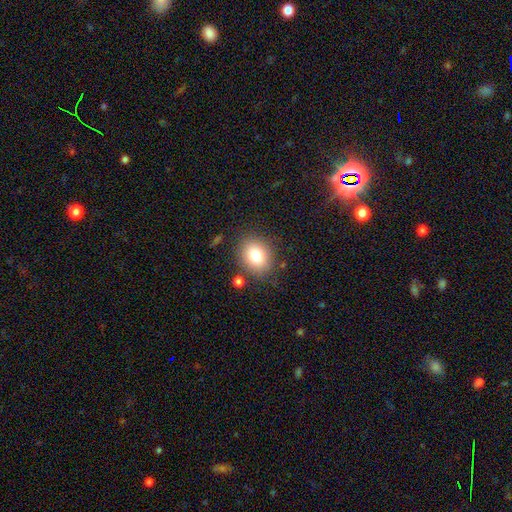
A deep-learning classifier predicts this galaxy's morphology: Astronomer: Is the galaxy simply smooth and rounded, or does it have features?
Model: smooth — 80%.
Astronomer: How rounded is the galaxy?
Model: round — 59% (runner-up: in between, 41%).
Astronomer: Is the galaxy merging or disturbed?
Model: none — 83%.